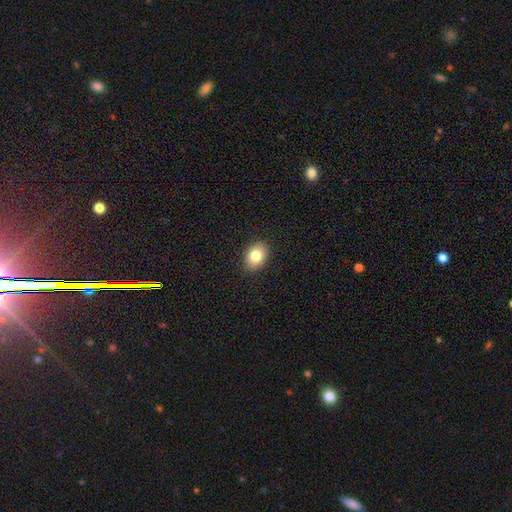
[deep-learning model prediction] A smooth galaxy with no disk features (82%) that is in between round and cigar-shaped (72%). Merging: none (89%).